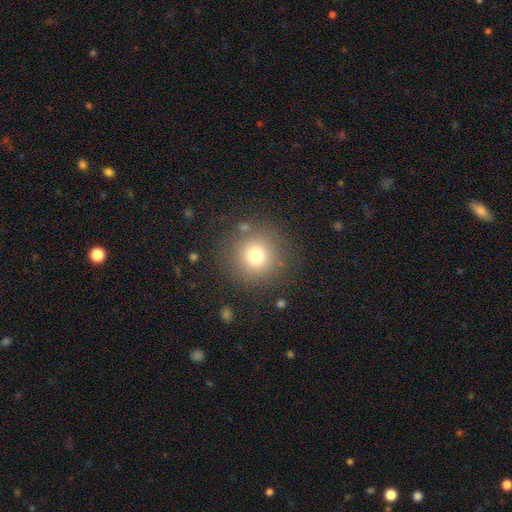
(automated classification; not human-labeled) Overall: smooth (76%). How rounded: round (94%). Merging: none (84%).